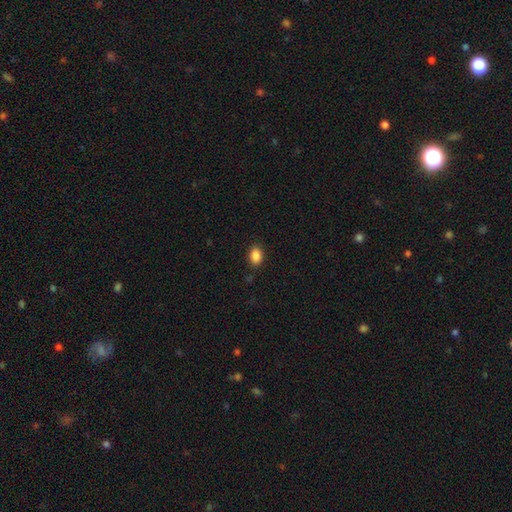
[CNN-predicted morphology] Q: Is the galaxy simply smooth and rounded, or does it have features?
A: smooth — 88%.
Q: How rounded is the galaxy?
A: in between — 82%.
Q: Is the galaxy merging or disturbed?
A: none — 87%.